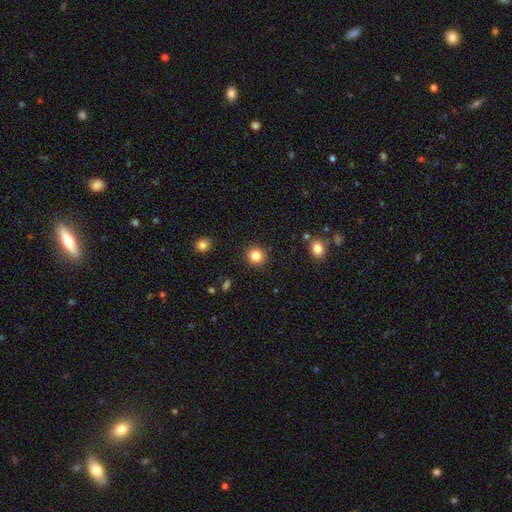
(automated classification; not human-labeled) This appears to be a smooth galaxy with no disk features (84%) that is round (88%). Merging: none (91%).